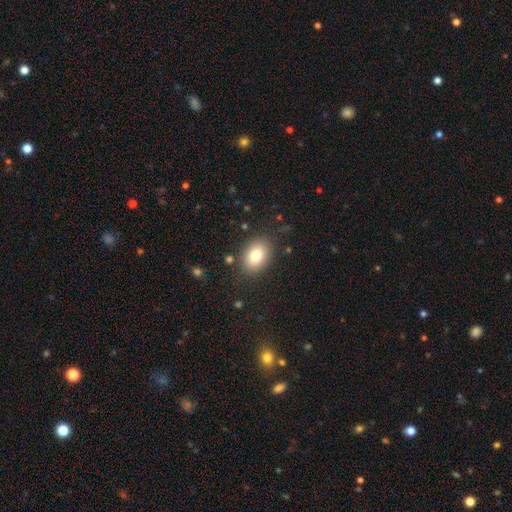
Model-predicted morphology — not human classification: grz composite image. It shows a smooth galaxy with no disk features (80%) that is in between round and cigar-shaped (73%). Merging: none (85%).